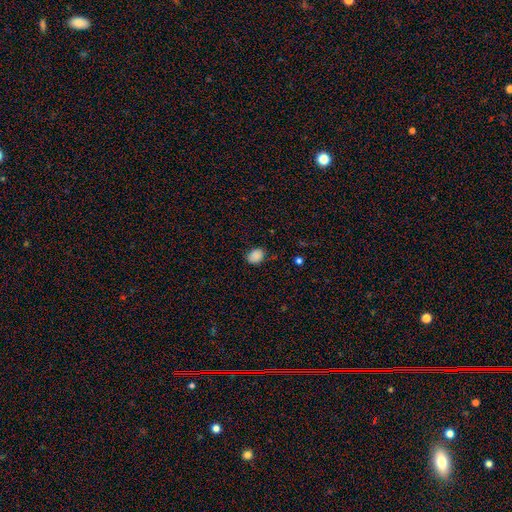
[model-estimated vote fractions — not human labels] smooth-or-featured: smooth: 87% | star or artifact: 9% | featured or disk: 4%
  how-rounded: in between: 65% | round: 34% | cigar-shaped: 1%
  merging: none: 78% | minor disturbance: 17% | major disturbance: 3% | merger: 1%